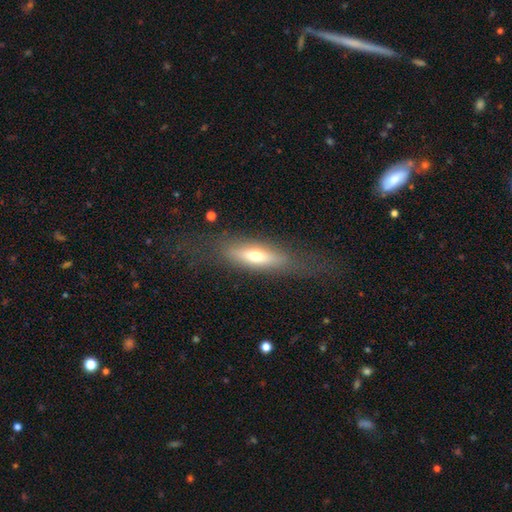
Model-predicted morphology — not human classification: Smooth or featured? Predicted: smooth (p=0.54). How rounded? Predicted: cigar-shaped (p=0.55). Merging? Predicted: none (p=0.65).